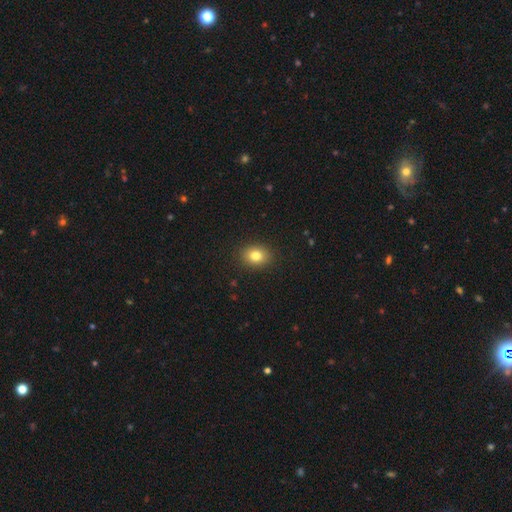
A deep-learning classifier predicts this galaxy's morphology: This appears to be a smooth galaxy with no disk features (82%) that is in between round and cigar-shaped (58%). Merging: none (90%).